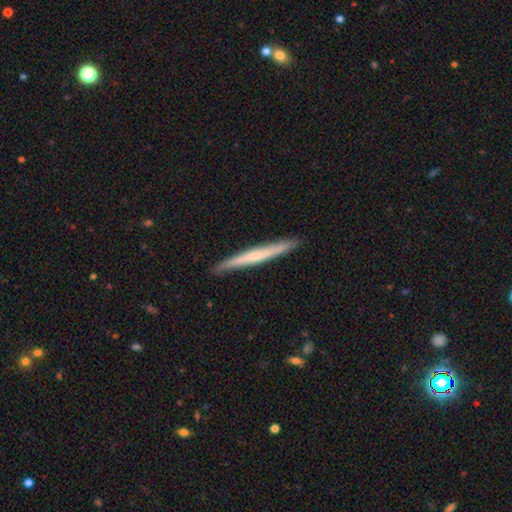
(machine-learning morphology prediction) This appears to be a featured or disk galaxy (55%) viewed edge-on (96%) with no central bulge (52%). Merging: none (91%).